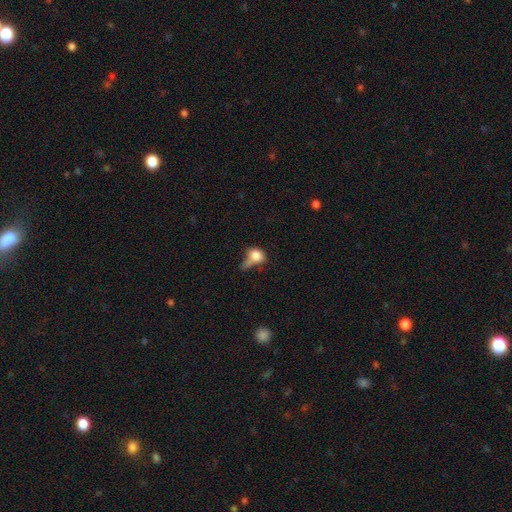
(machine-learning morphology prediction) A smooth galaxy with no disk features (74%) that is in between round and cigar-shaped (54%).

Vote fractions:
- Smooth or featured? smooth: 74% / featured or disk: 15% / star or artifact: 10%
- How rounded? in between: 54% / round: 43% / cigar-shaped: 3%
- Merging? major disturbance: 30% / none: 25% / minor disturbance: 24% / merger: 21%